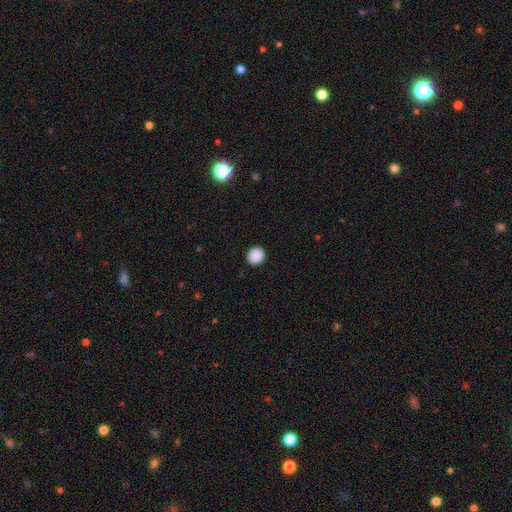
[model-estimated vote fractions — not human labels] smooth-or-featured: smooth: 89% | star or artifact: 8% | featured or disk: 2%
  how-rounded: round: 88% | in between: 11% | cigar-shaped: 1%
  merging: none: 92% | minor disturbance: 6% | major disturbance: 2% | merger: 1%